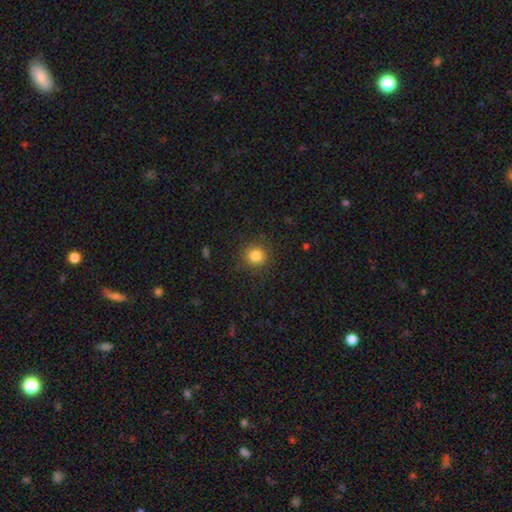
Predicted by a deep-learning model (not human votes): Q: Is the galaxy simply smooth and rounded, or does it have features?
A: smooth — 83%.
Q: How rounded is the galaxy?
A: round — 93%.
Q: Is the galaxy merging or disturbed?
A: none — 89%.